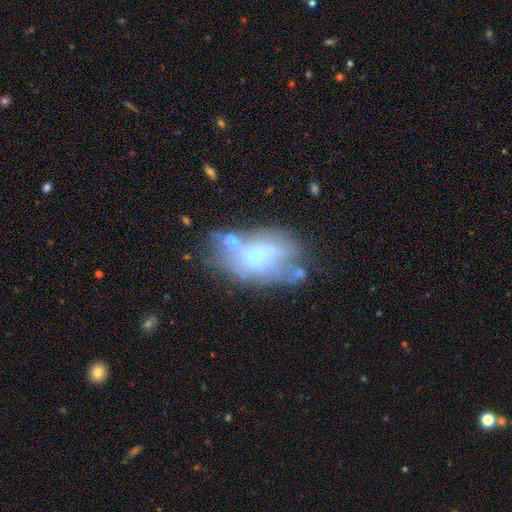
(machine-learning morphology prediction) Smooth or featured?
  - featured or disk: 61% *
  - smooth: 27%
  - star or artifact: 12%
Edge-on disk?
  - no: 95% *
  - yes: 5%
Bar?
  - no: 82% *
  - weak: 15%
  - strong: 3%
Spiral arms?
  - no: 64% *
  - yes: 36%
Bulge size?
  - small: 69% *
  - moderate: 23%
  - none: 5%
  - large: 2%
  - dominant: 1%
Merging?
  - none: 40% *
  - minor disturbance: 23%
  - major disturbance: 21%
  - merger: 17%